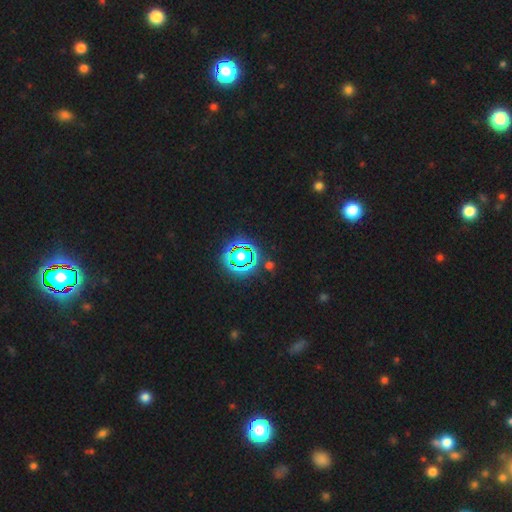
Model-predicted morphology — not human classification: The model was most divided on "smooth or featured": star or artifact: 79%, smooth: 14%, featured or disk: 7%.